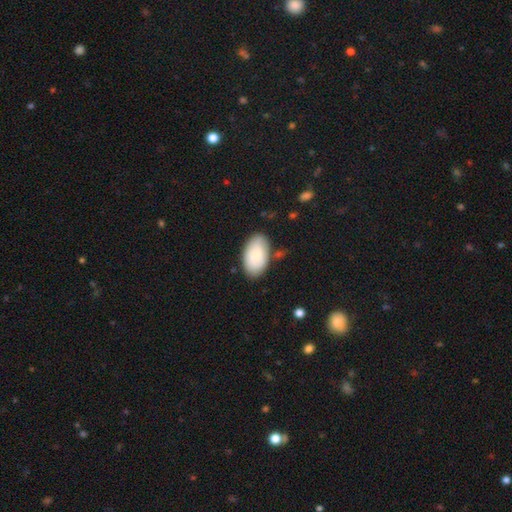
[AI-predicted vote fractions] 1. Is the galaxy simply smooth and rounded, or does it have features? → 83% smooth, 11% featured or disk, 6% star or artifact.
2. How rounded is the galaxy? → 95% in between, 3% round, 1% cigar-shaped.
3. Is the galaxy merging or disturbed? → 78% none, 15% minor disturbance, 4% merger, 3% major disturbance.